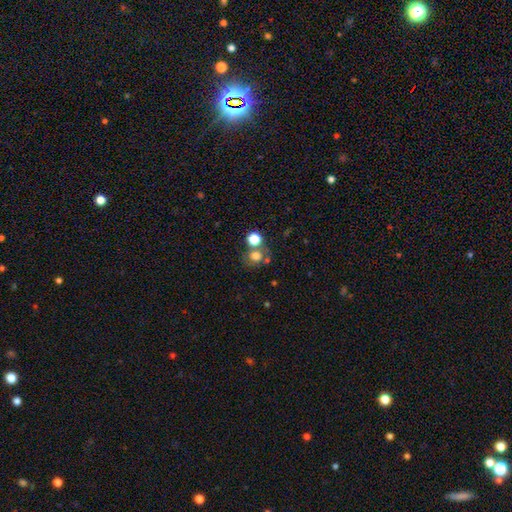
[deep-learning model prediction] Smooth or featured?
  - smooth: 68% *
  - star or artifact: 16%
  - featured or disk: 15%
How rounded?
  - round: 74% *
  - in between: 25%
  - cigar-shaped: 1%
Merging?
  - none: 55% *
  - merger: 27%
  - minor disturbance: 12%
  - major disturbance: 6%